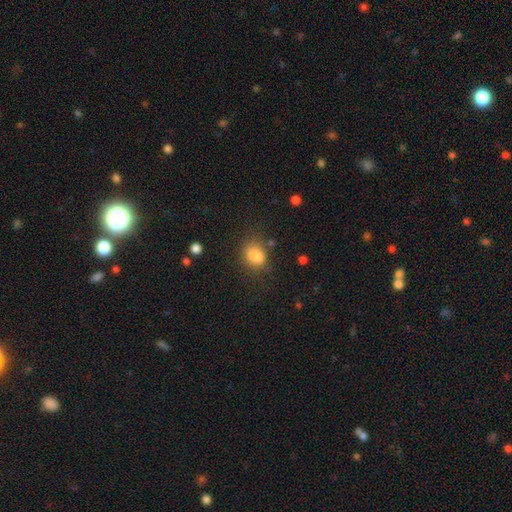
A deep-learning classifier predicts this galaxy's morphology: type=smooth (82%); roundness=in between (59%); merging=none (63%).